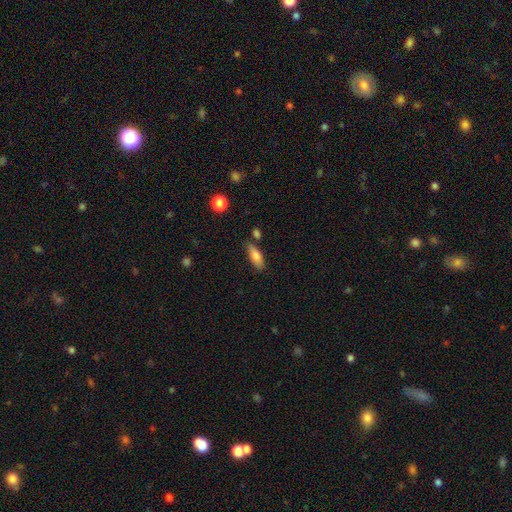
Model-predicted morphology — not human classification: Smooth or featured? smooth (81%)
How rounded? in between (71%)
Merging? none (64%)